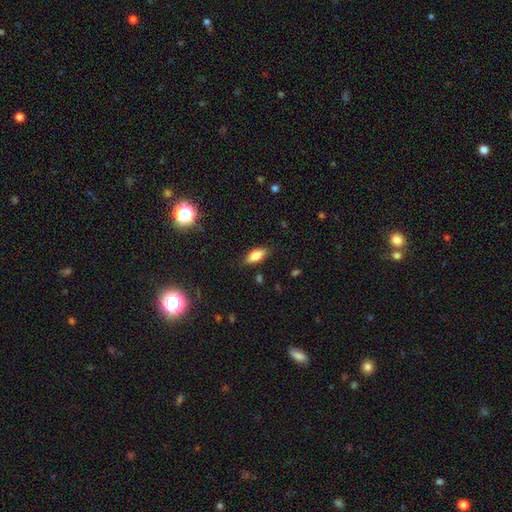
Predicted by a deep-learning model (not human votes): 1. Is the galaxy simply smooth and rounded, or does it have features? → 75% smooth, 16% featured or disk, 9% star or artifact.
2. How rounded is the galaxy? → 82% in between, 15% cigar-shaped, 3% round.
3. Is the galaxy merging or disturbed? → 83% none, 13% minor disturbance, 3% major disturbance, 1% merger.